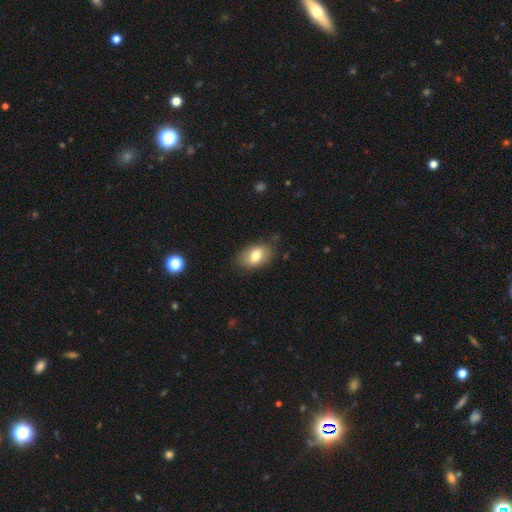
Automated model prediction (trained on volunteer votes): Q: Smooth or featured?
A: smooth (77%); runner-up: featured or disk (15%)
Q: How rounded?
A: in between (88%); runner-up: round (10%)
Q: Merging?
A: none (81%); runner-up: minor disturbance (15%)